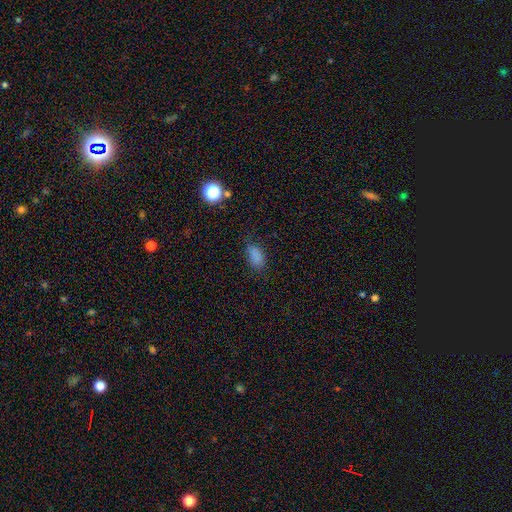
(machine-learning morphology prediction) smooth_or_featured: smooth (p=0.80) [alt: star or artifact p=0.14]
how_rounded: in between (p=0.89) [alt: round p=0.09]
merging: none (p=0.67) [alt: minor disturbance p=0.23]